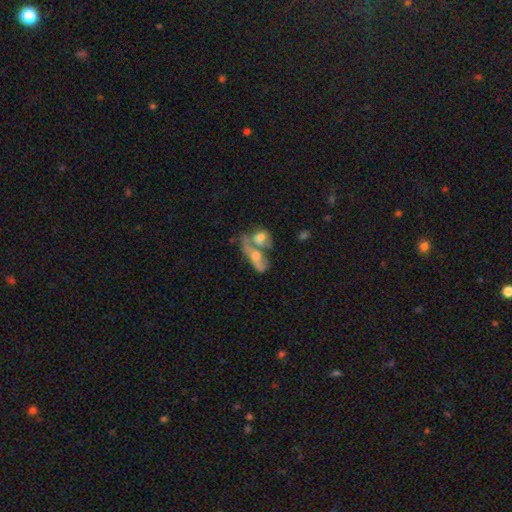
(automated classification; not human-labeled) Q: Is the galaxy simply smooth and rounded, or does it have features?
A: featured or disk — 48%.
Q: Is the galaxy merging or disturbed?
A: merger — 63%.